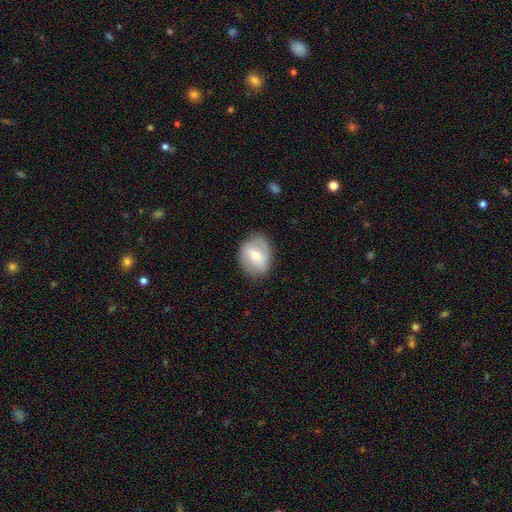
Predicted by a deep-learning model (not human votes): Morphology: type=smooth (47%); merging=none (78%).